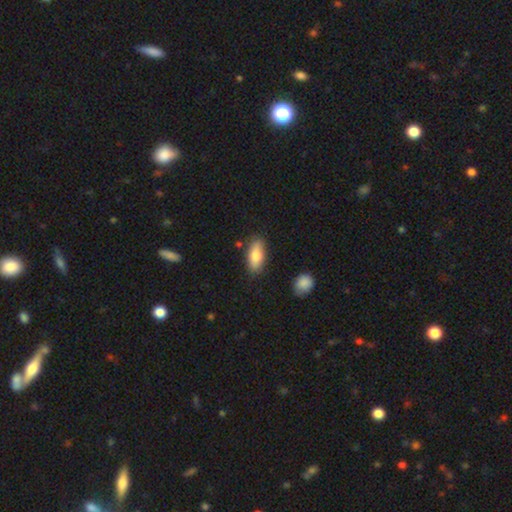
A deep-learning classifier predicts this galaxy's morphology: Q: Smooth or featured?
A: smooth (81%); runner-up: featured or disk (13%)
Q: How rounded?
A: in between (83%); runner-up: cigar-shaped (14%)
Q: Merging?
A: none (81%); runner-up: minor disturbance (13%)